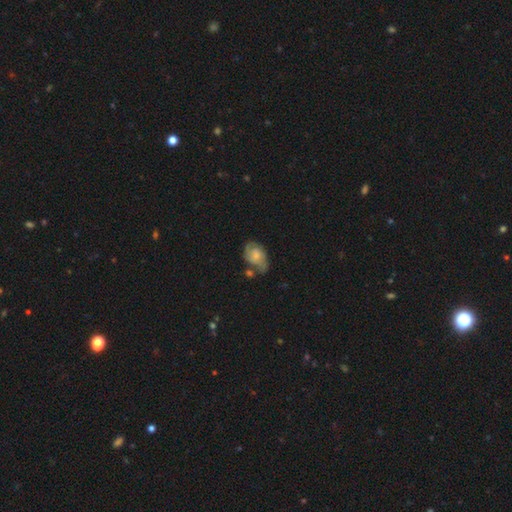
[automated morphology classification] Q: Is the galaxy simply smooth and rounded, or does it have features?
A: featured or disk — 48%.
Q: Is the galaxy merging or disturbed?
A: none — 42%.